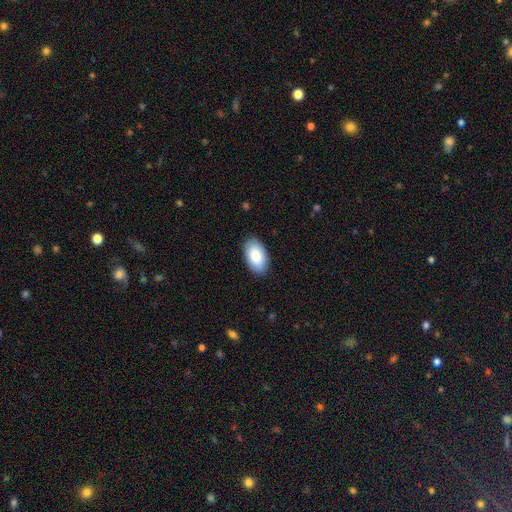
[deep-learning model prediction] Smooth or featured: smooth — 84% (featured or disk — 10%)
How rounded: in between — 95% (round — 4%)
Merging: none — 88% (minor disturbance — 9%)